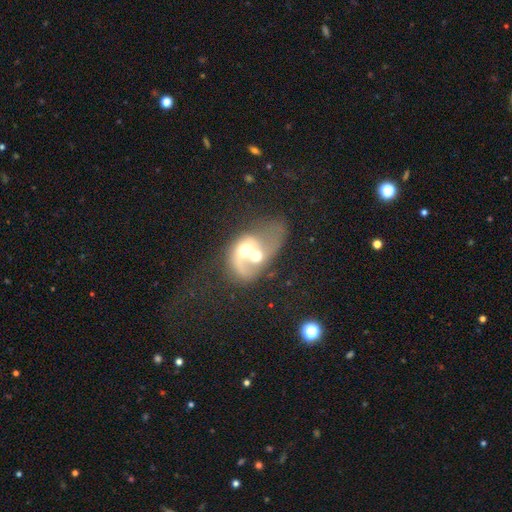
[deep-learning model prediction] A featured or disk galaxy (61%) with no bar (80%), spiral arms (58%) and a moderate central bulge (64%). Merging: merger (72%).